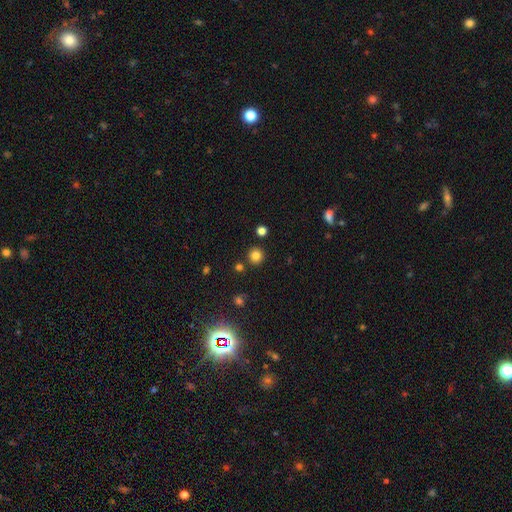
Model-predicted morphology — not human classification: Q: Smooth or featured?
A: smooth (81%); runner-up: star or artifact (14%)
Q: How rounded?
A: round (93%); runner-up: in between (6%)
Q: Merging?
A: none (87%); runner-up: minor disturbance (6%)